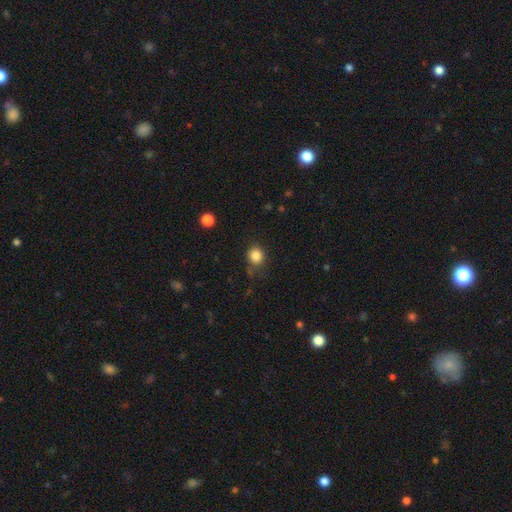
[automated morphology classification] The model was most divided on "merging": none: 75%, minor disturbance: 17%, major disturbance: 5%, merger: 3%. More confident: smooth or featured — smooth (84%); how rounded — round (84%).